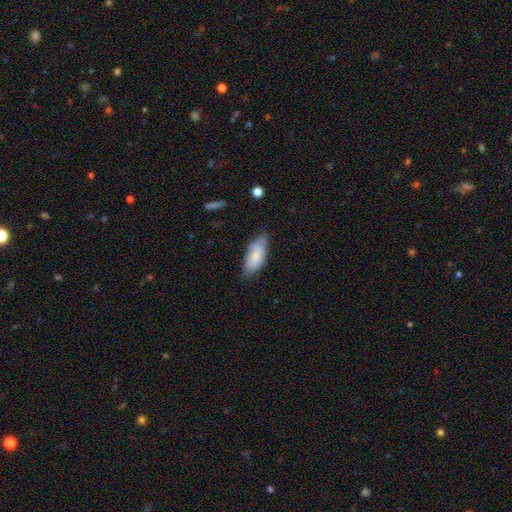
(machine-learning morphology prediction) This is clearly a smooth galaxy (80%). How rounded: clearly in between (85%). Merging: likely none (66%).